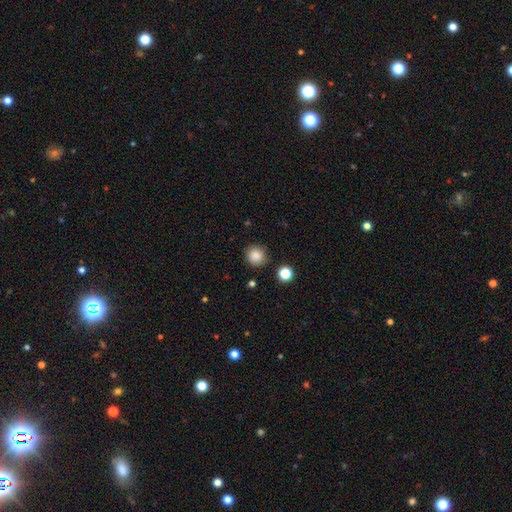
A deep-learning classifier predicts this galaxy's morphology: smooth_or_featured: smooth (p=0.86) [alt: star or artifact p=0.10]
how_rounded: round (p=0.93) [alt: in between p=0.06]
merging: none (p=0.88) [alt: minor disturbance p=0.07]